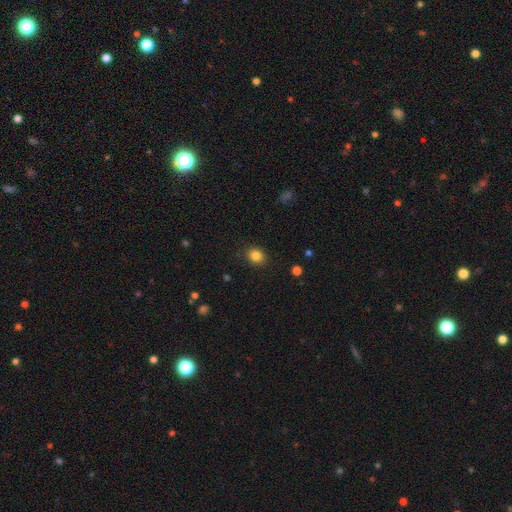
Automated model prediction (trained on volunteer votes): A smooth galaxy with no disk features (85%) that is round (69%). Merging: none (87%).